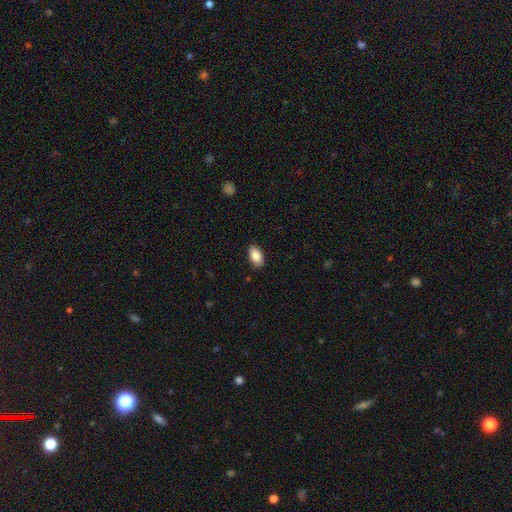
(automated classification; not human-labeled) Smooth or featured? Predicted: smooth (p=0.87). How rounded? Predicted: in between (p=0.93). Merging? Predicted: none (p=0.88).